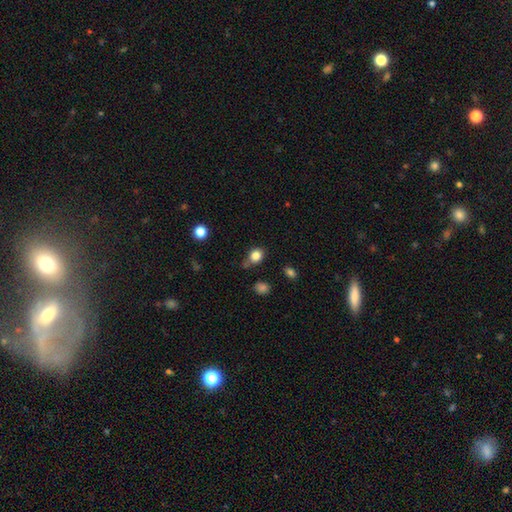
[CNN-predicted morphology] This appears to be a smooth galaxy with no disk features (83%) that is round (54%). Merging: none (63%).